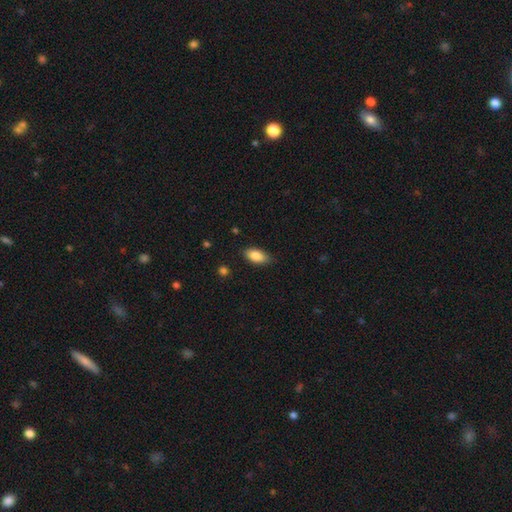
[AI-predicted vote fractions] smooth_or_featured: smooth (p=0.85) [alt: featured or disk p=0.08]
how_rounded: in between (p=0.90) [alt: cigar-shaped p=0.06]
merging: none (p=0.83) [alt: minor disturbance p=0.14]